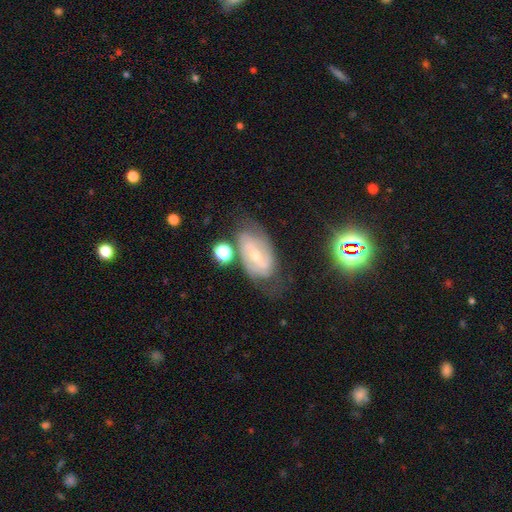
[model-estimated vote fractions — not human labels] A featured or disk galaxy (74%) with a weak bar (47%), 2 (61%) tight (50%) spiral arms (86%) and a moderate central bulge (52%). Merging: none (59%).